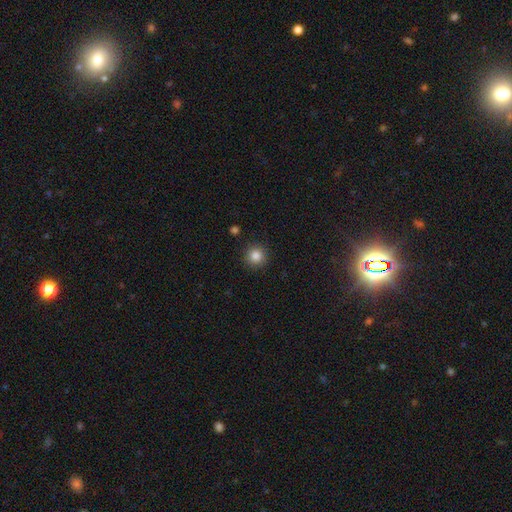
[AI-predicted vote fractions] smooth-or-featured: smooth: 85% | star or artifact: 11% | featured or disk: 4%
  how-rounded: round: 94% | in between: 5% | cigar-shaped: 1%
  merging: none: 91% | minor disturbance: 5% | major disturbance: 2% | merger: 1%